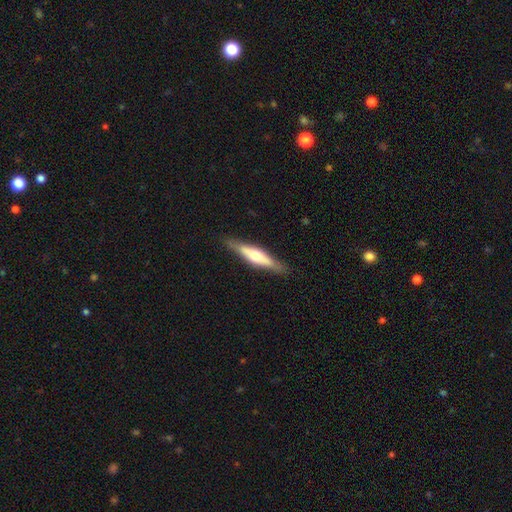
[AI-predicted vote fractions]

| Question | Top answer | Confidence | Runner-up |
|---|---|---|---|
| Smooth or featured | featured or disk | 55% | smooth (39%) |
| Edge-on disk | yes | 91% | no (9%) |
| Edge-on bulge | rounded | 85% | boxy (9%) |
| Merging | none | 86% | minor disturbance (10%) |